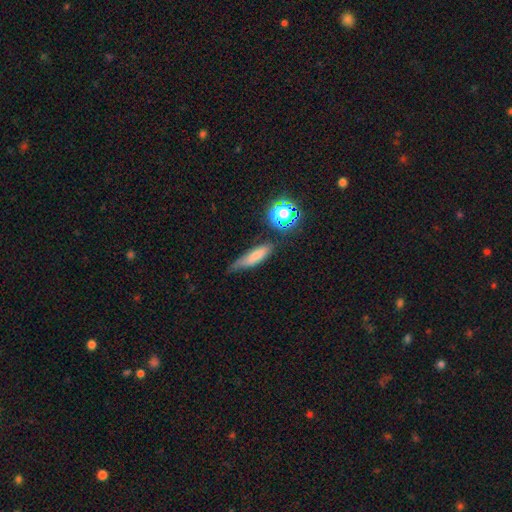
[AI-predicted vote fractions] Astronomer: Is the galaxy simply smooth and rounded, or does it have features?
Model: smooth — 70%.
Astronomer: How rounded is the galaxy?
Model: cigar-shaped — 61%.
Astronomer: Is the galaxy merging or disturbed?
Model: none — 54% (runner-up: minor disturbance, 31%).